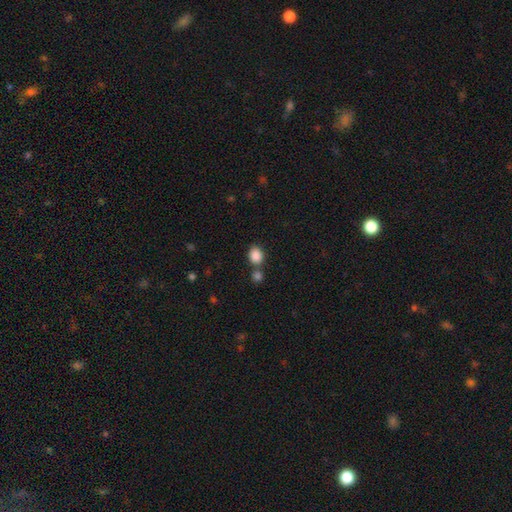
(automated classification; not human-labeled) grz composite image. It shows a smooth galaxy with no disk features (87%) that is in between round and cigar-shaped (53%). Merging: none (63%).